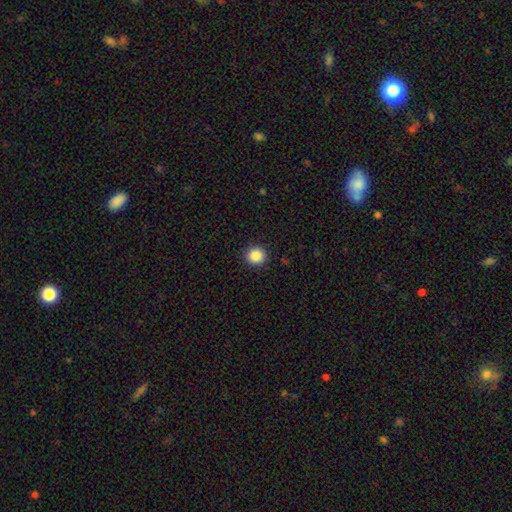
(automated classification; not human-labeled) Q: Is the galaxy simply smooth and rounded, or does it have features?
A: smooth — 88%.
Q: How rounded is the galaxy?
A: round — 90%.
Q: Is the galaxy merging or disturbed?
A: none — 92%.